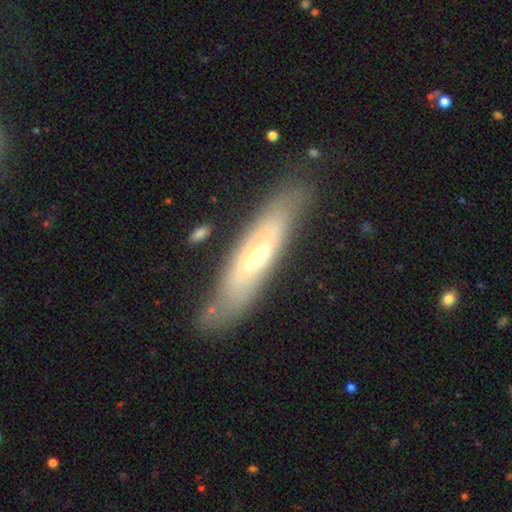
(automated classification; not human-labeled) This appears to be a featured or disk galaxy (58%). Merging: none (76%).